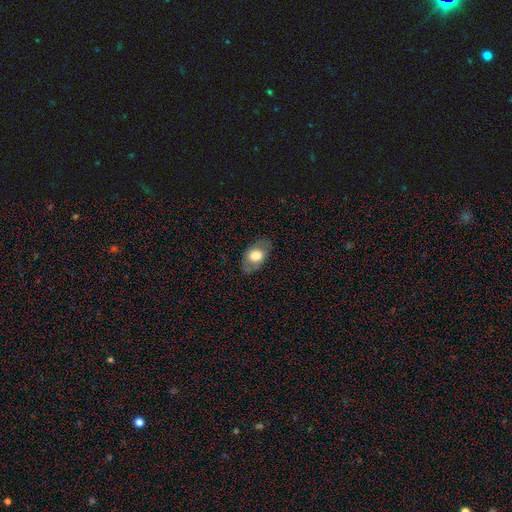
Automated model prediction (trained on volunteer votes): The model was most divided on "smooth or featured": smooth: 65%, featured or disk: 29%, star or artifact: 7%. More confident: how rounded — in between (87%); merging — none (79%).